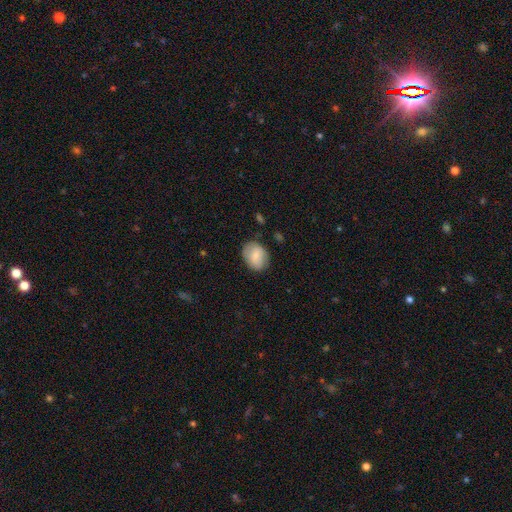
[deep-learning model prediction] Smooth or featured?
  - smooth: 79% *
  - featured or disk: 14%
  - star or artifact: 7%
How rounded?
  - in between: 65% *
  - round: 34%
  - cigar-shaped: 1%
Merging?
  - none: 76% *
  - minor disturbance: 18%
  - major disturbance: 4%
  - merger: 2%